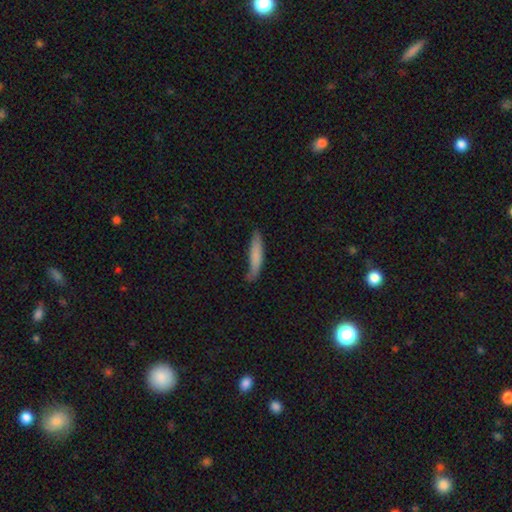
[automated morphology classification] Smooth or featured? Predicted: smooth (p=0.76). How rounded? Predicted: cigar-shaped (p=0.86). Merging? Predicted: none (p=0.63).